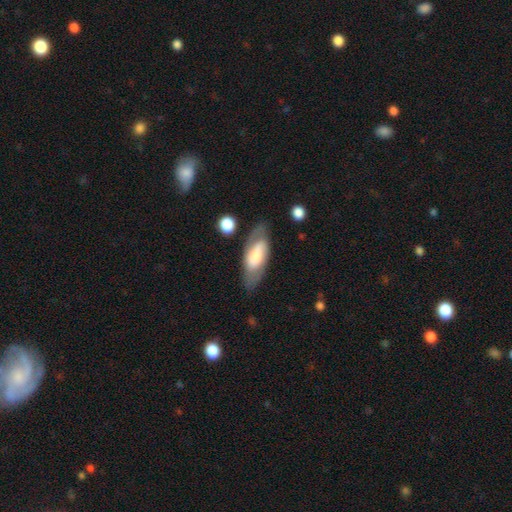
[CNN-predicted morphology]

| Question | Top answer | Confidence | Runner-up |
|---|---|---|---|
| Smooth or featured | smooth | 48% | featured or disk (45%) |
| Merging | none | 71% | minor disturbance (19%) |